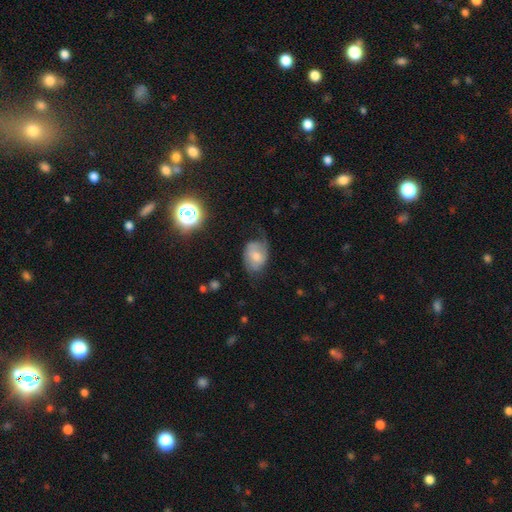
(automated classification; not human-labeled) A smooth galaxy with no disk features (51%) that is in between round and cigar-shaped (72%). Merging: none (44%).